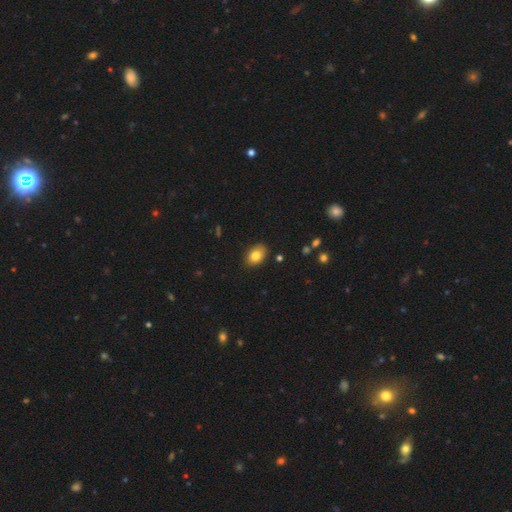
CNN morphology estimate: smooth_or_featured: smooth (p=0.81) [alt: featured or disk p=0.10]
how_rounded: in between (p=0.81) [alt: round p=0.18]
merging: none (p=0.86) [alt: minor disturbance p=0.10]